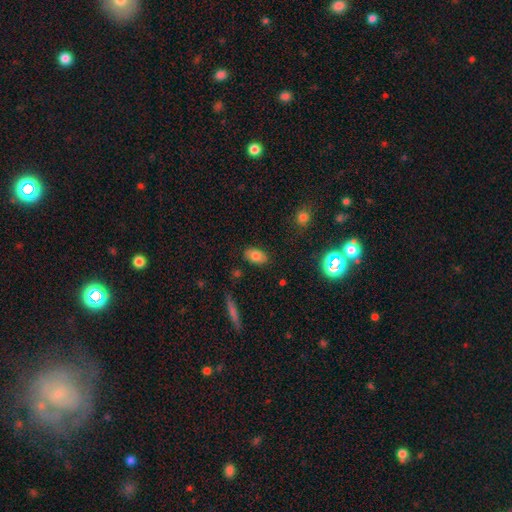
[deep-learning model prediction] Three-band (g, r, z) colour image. It shows a smooth galaxy with no disk features (78%) that is in between round and cigar-shaped (91%). Merging: none (85%).